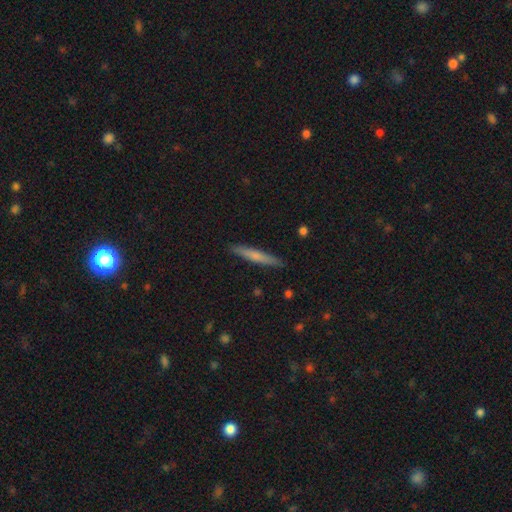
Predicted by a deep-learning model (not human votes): This is likely a smooth galaxy (61%). How rounded: clearly cigar-shaped (95%). Merging: clearly none (91%).